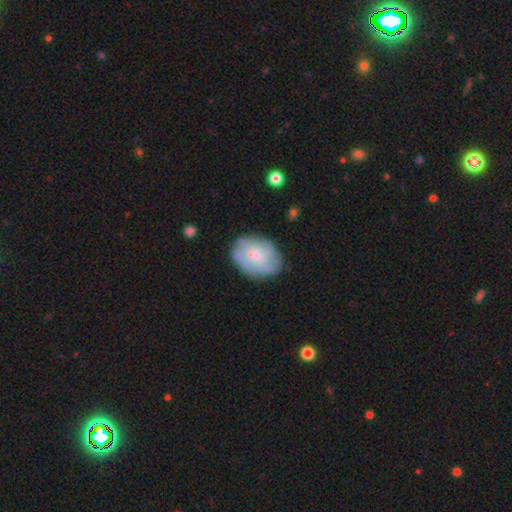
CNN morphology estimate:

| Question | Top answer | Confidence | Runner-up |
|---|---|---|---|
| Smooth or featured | featured or disk | 51% | smooth (42%) |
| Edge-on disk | no | 97% | yes (3%) |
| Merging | none | 67% | minor disturbance (22%) |